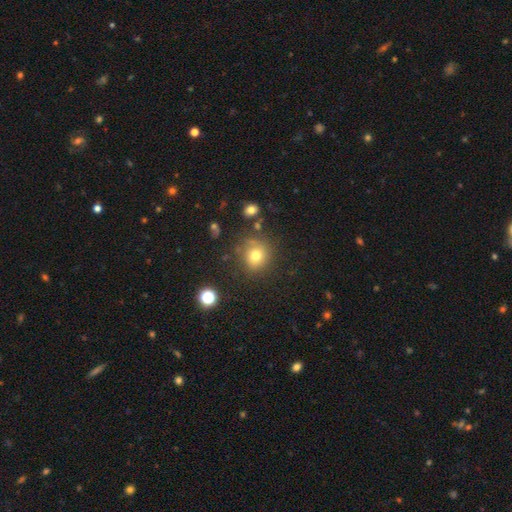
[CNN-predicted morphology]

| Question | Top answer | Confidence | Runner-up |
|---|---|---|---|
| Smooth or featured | smooth | 75% | star or artifact (15%) |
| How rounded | round | 86% | in between (13%) |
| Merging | none | 76% | minor disturbance (14%) |